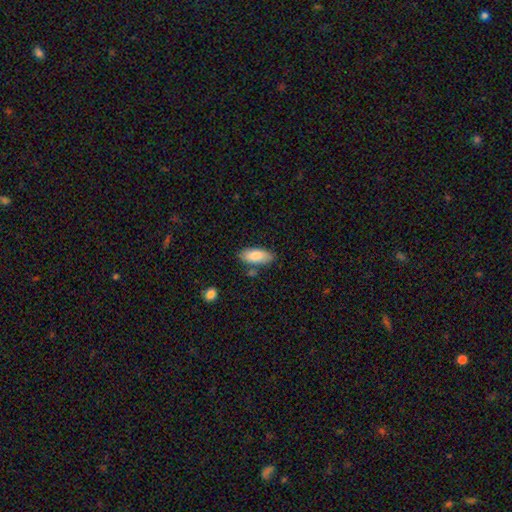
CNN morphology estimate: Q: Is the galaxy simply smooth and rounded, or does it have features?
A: smooth — 84%.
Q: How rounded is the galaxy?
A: in between — 86%.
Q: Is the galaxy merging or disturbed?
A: none — 77%.